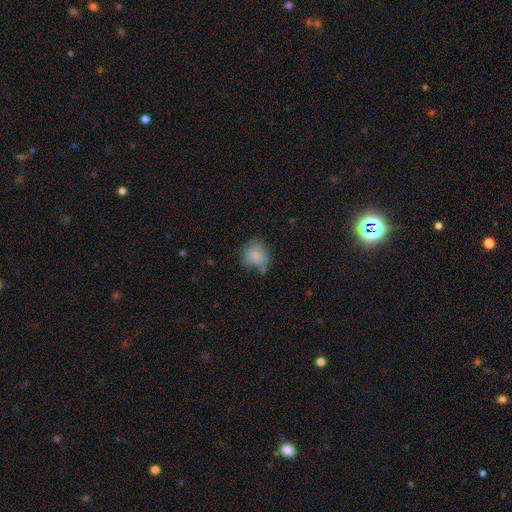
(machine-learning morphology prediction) A smooth galaxy with no disk features (80%) that is round (72%).

Vote fractions:
- Smooth or featured? smooth: 80% / star or artifact: 10% / featured or disk: 9%
- How rounded? round: 72% / in between: 27% / cigar-shaped: 1%
- Merging? none: 55% / minor disturbance: 27% / major disturbance: 11% / merger: 7%